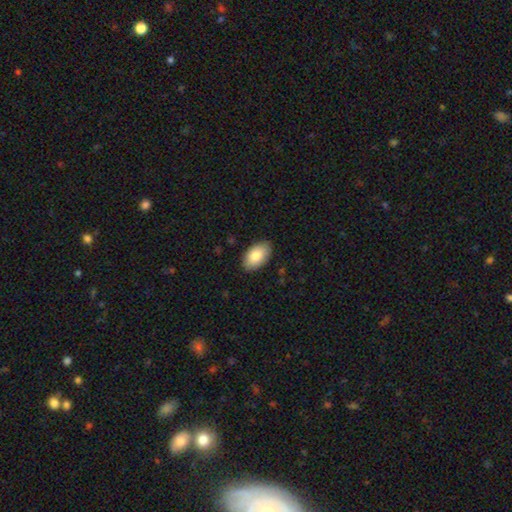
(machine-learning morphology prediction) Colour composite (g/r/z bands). It shows a smooth galaxy with no disk features (84%) that is in between round and cigar-shaped (95%). Merging: none (86%).